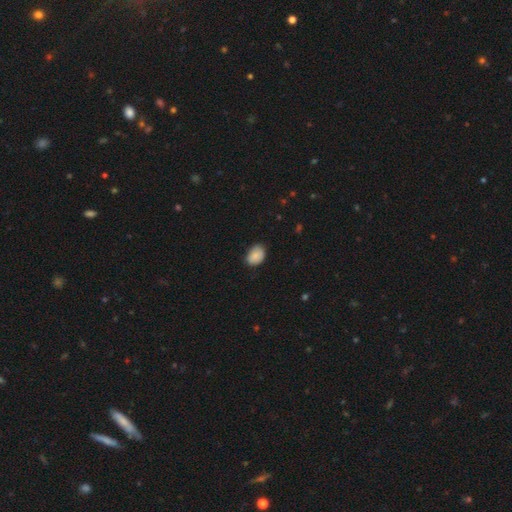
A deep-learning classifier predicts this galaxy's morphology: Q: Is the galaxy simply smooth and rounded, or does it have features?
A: smooth — 87%.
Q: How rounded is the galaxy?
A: in between — 77%.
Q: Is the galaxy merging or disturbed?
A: none — 73%.